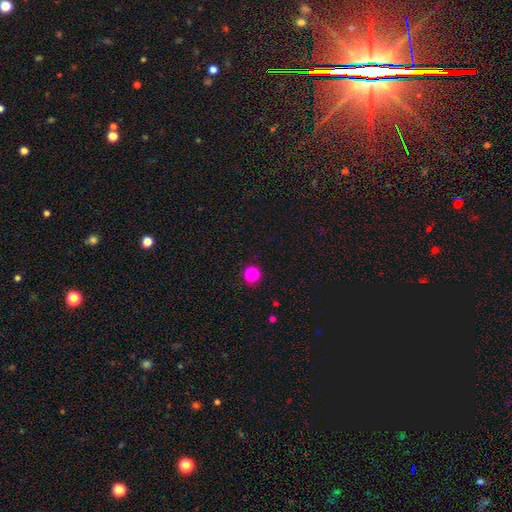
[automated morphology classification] smooth_or_featured: smooth (p=0.83) [alt: star or artifact p=0.14]
how_rounded: round (p=0.94) [alt: in between p=0.05]
merging: none (p=0.92) [alt: minor disturbance p=0.04]